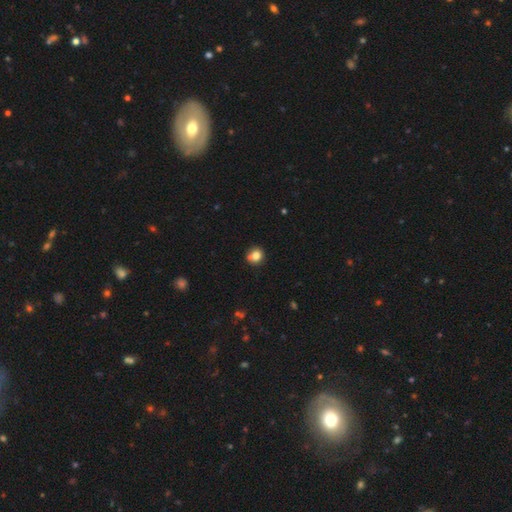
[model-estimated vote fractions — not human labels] Smooth or featured? Predicted: smooth (p=0.82). How rounded? Predicted: round (p=0.85). Merging? Predicted: none (p=0.80).